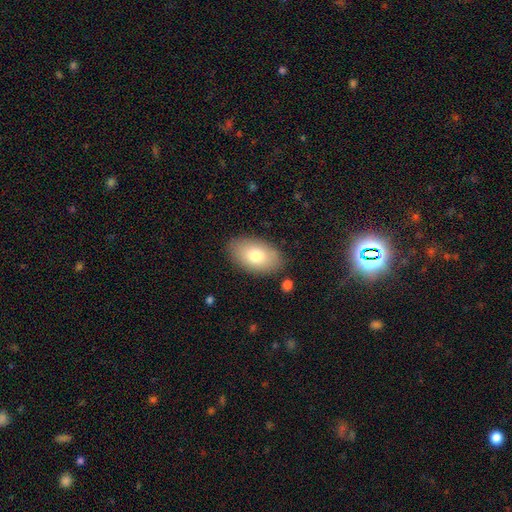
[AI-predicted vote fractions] Smooth or featured: smooth — 77% (featured or disk — 16%)
How rounded: in between — 93% (round — 5%)
Merging: none — 85% (minor disturbance — 10%)